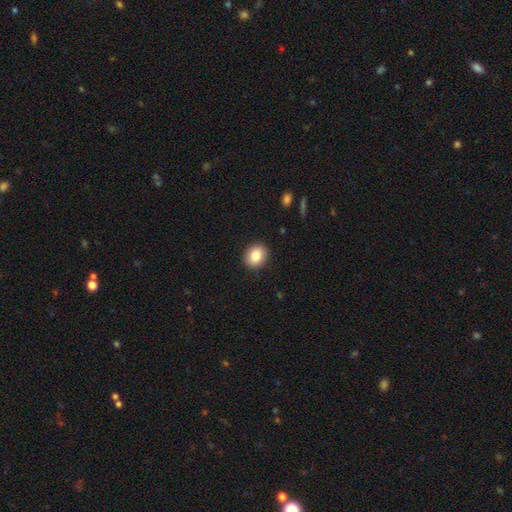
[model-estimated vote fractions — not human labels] Smooth or featured? Predicted: smooth (p=0.84). How rounded? Predicted: round (p=0.68). Merging? Predicted: none (p=0.91).